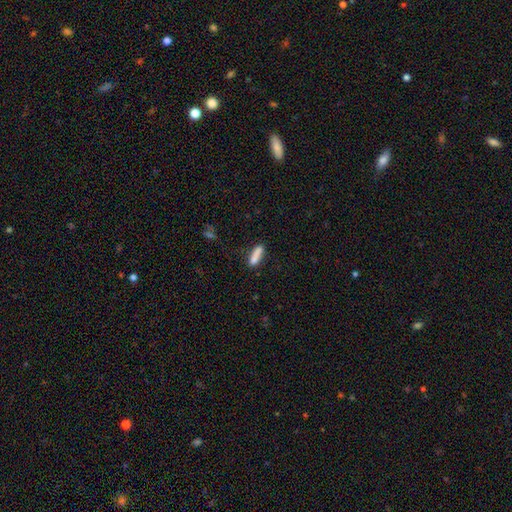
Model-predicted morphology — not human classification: A smooth galaxy with no disk features (82%) that is cigar-shaped (65%). Merging: none (69%).